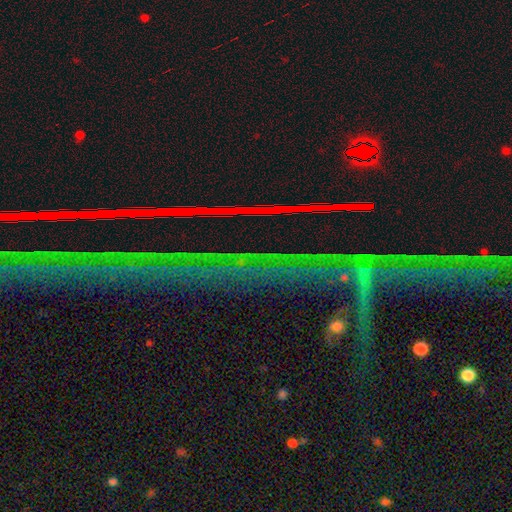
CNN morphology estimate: Q: Smooth or featured?
A: star or artifact (80%); runner-up: featured or disk (11%)